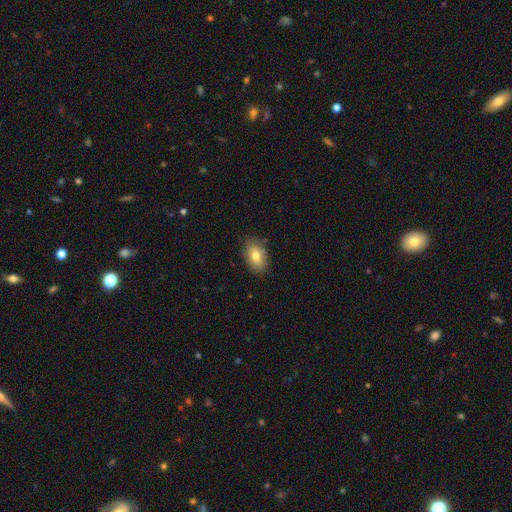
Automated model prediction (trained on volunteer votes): Smooth or featured? smooth (78%)
How rounded? in between (89%)
Merging? none (80%)